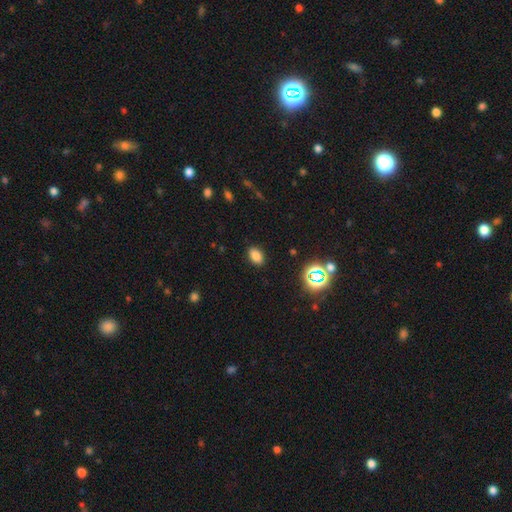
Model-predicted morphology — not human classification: Smooth or featured? smooth (80%)
How rounded? in between (87%)
Merging? none (88%)